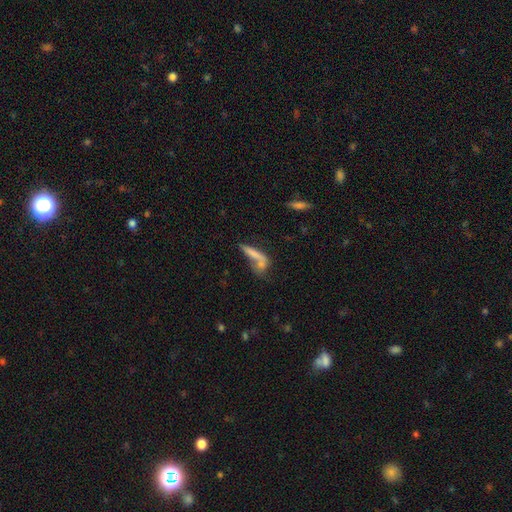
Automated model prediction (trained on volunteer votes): The model was most divided on "merging": merger: 42%, none: 36%, minor disturbance: 12%, major disturbance: 10%. More confident: how rounded — cigar-shaped (71%); smooth or featured — smooth (66%).